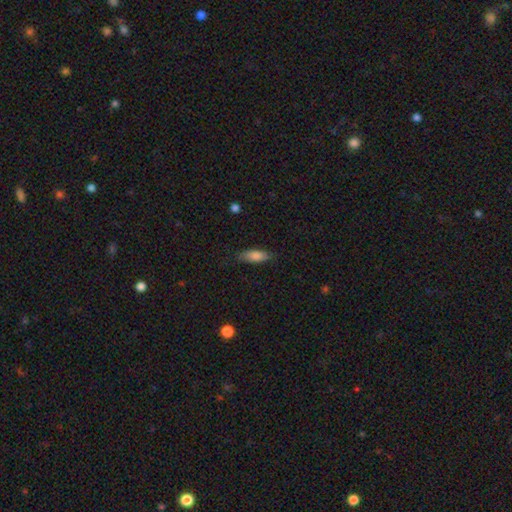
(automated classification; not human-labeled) The model was most divided on "how rounded": in between: 69%, cigar-shaped: 29%, round: 2%. More confident: smooth or featured — smooth (82%); merging — none (80%).